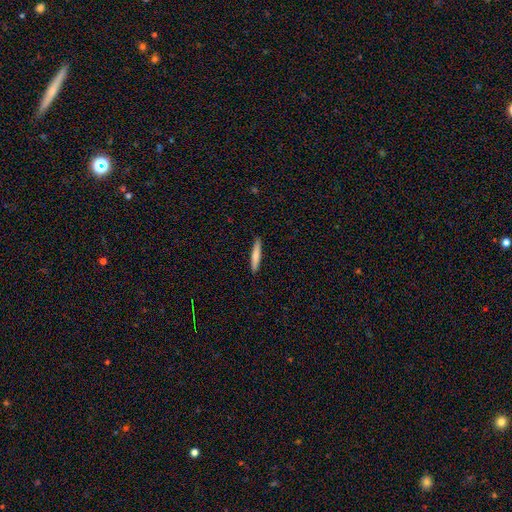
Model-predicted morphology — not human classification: The model was most divided on "smooth or featured": smooth: 75%, featured or disk: 20%, star or artifact: 5%. More confident: how rounded — cigar-shaped (93%); merging — none (91%).